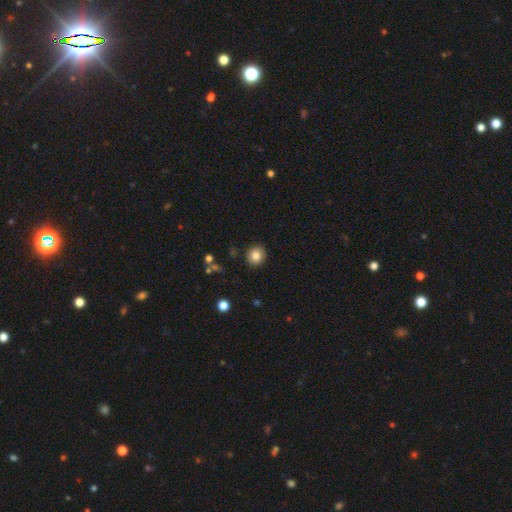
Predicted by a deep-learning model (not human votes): Morphology: type=smooth (83%); roundness=round (86%); merging=none (90%).